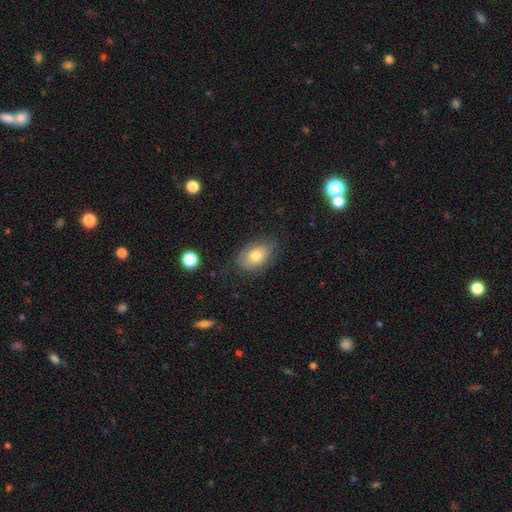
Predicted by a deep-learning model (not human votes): This appears to be a smooth galaxy with no disk features (71%) that is in between round and cigar-shaped (84%). Merging: none (72%).